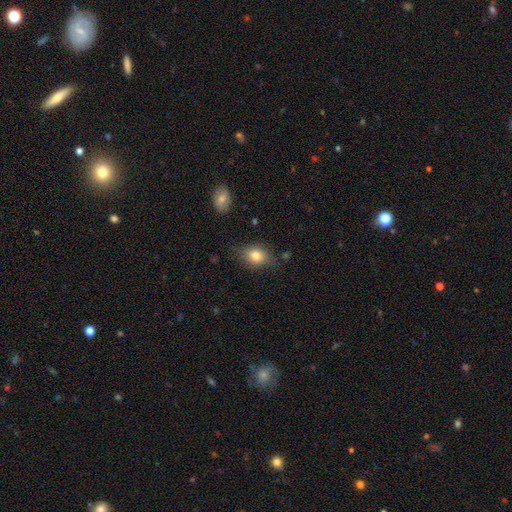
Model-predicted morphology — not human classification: Q: Smooth or featured?
A: smooth (79%); runner-up: featured or disk (11%)
Q: How rounded?
A: in between (64%); runner-up: round (35%)
Q: Merging?
A: none (75%); runner-up: minor disturbance (19%)